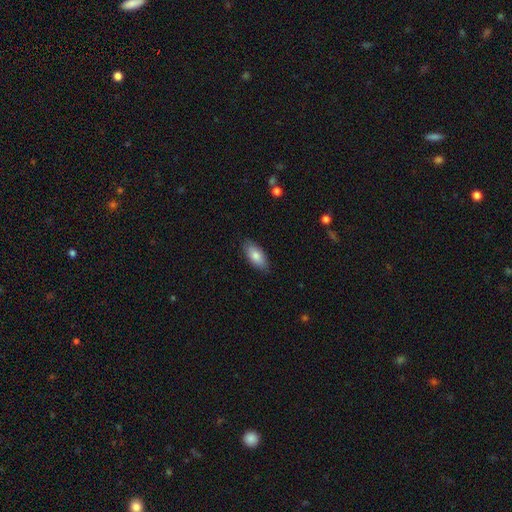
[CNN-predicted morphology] A smooth galaxy with no disk features (82%) that is in between round and cigar-shaped (89%). Merging: none (85%).